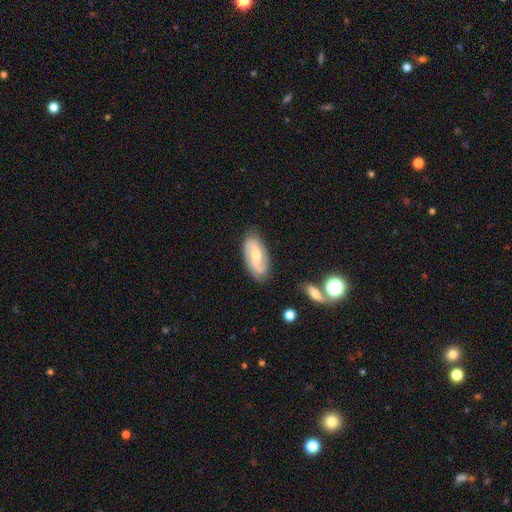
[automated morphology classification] Smooth or featured?
  - featured or disk: 79% *
  - smooth: 16%
  - star or artifact: 5%
Edge-on disk?
  - no: 94% *
  - yes: 6%
Bar?
  - weak: 43% *
  - no: 38%
  - strong: 19%
Spiral arms?
  - yes: 95% *
  - no: 5%
Spiral winding?
  - medium: 46% *
  - tight: 31%
  - loose: 23%
Spiral arm count?
  - 2: 86% *
  - can't tell: 7%
  - 1: 3%
  - 3: 3%
  - 4: 1%
  - more than 4: 1%
Bulge size?
  - moderate: 50% *
  - small: 43%
  - large: 3%
  - none: 3%
  - dominant: 1%
Merging?
  - none: 82% *
  - minor disturbance: 13%
  - major disturbance: 3%
  - merger: 2%